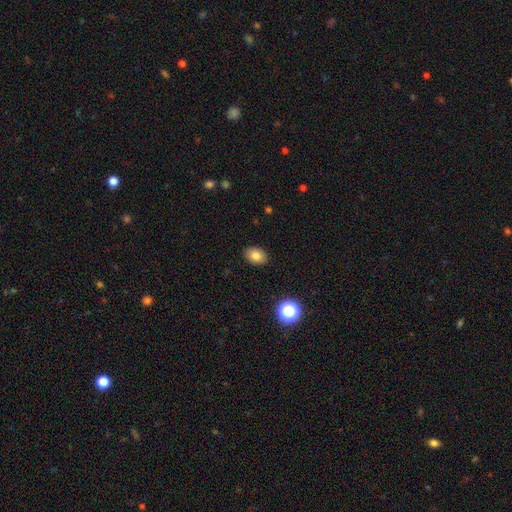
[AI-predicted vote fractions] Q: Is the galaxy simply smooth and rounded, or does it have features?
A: smooth — 81%.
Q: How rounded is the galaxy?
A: in between — 78%.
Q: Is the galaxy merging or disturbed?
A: none — 90%.